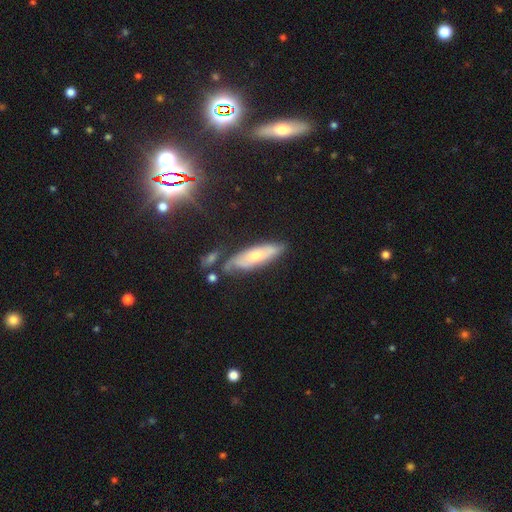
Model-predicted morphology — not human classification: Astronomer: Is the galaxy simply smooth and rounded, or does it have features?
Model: featured or disk — 51% (runner-up: smooth, 39%).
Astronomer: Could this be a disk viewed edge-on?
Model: no — 61% (runner-up: yes, 39%).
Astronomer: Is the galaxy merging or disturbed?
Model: none — 65%.